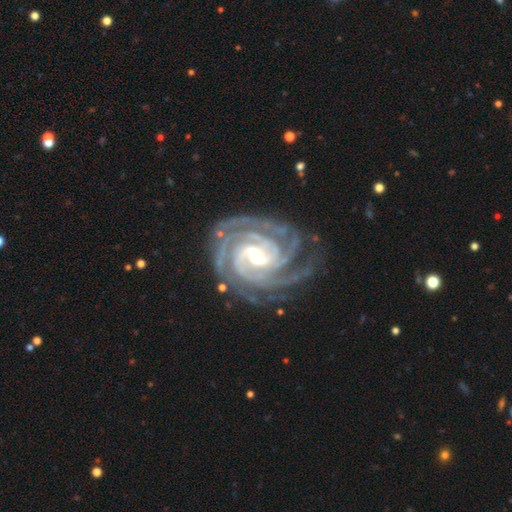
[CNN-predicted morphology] Q: Smooth or featured?
A: featured or disk (94%); runner-up: star or artifact (4%)
Q: Edge-on disk?
A: no (98%); runner-up: yes (2%)
Q: Bar?
A: weak (47%); runner-up: strong (34%)
Q: Spiral arms?
A: yes (99%); runner-up: no (1%)
Q: Spiral winding?
A: tight (77%); runner-up: medium (21%)
Q: Spiral arm count?
A: 4 (34%); runner-up: 3 (26%)
Q: Bulge size?
A: moderate (47%); tied with: small (47%)
Q: Merging?
A: none (78%); runner-up: minor disturbance (15%)